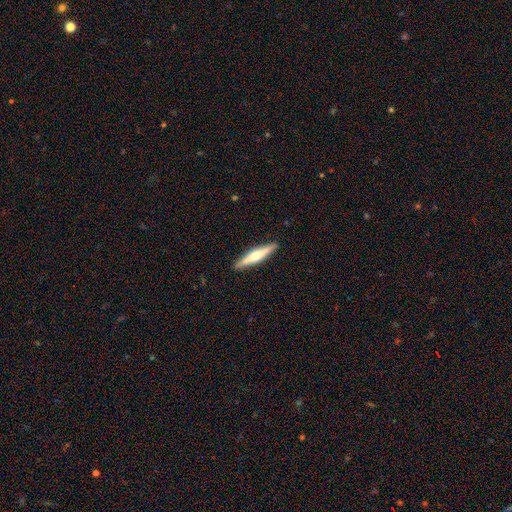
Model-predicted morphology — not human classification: smooth-or-featured: featured or disk: 54% | smooth: 41% | star or artifact: 5%
  disk-edge-on: yes: 96% | no: 4%
    edge-on-bulge: rounded: 82% | none: 11% | boxy: 8%
  merging: none: 91% | minor disturbance: 7% | major disturbance: 1% | merger: 1%